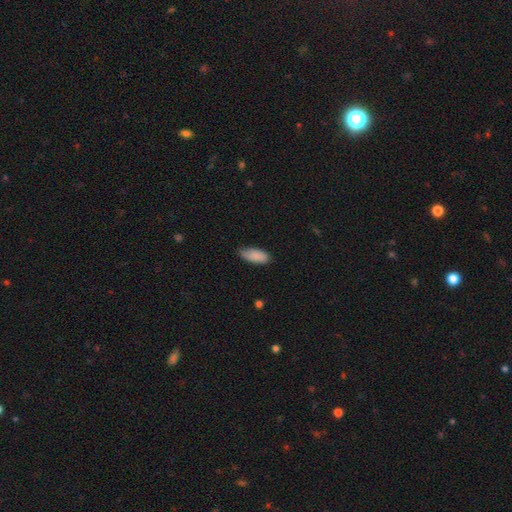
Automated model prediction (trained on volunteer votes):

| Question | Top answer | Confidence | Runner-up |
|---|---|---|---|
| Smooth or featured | smooth | 88% | star or artifact (6%) |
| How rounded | in between | 82% | cigar-shaped (16%) |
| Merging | none | 71% | minor disturbance (25%) |